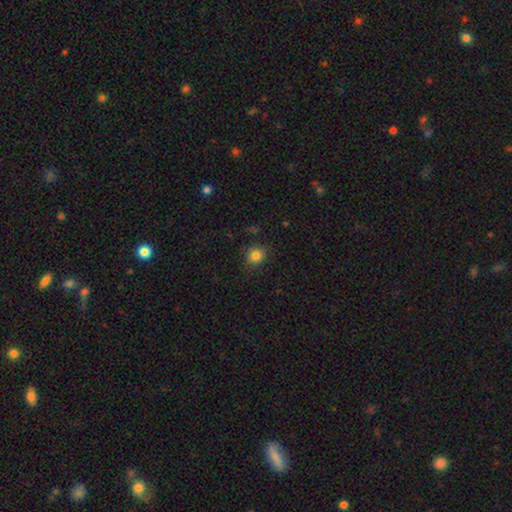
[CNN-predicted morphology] This is clearly a smooth galaxy (84%). How rounded: likely round (79%). Merging: clearly none (85%).